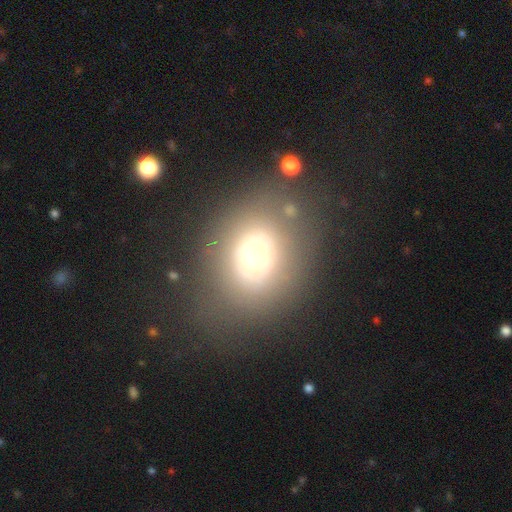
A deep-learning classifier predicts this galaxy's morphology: Q: Smooth or featured?
A: smooth (58%); runner-up: featured or disk (28%)
Q: How rounded?
A: round (51%); runner-up: in between (48%)
Q: Merging?
A: none (73%); runner-up: minor disturbance (14%)